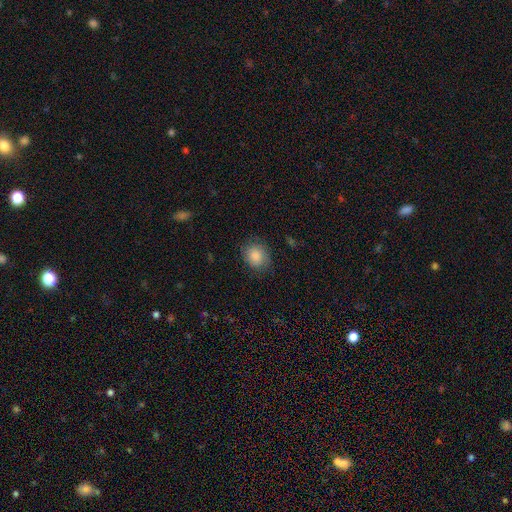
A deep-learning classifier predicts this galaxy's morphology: The model was most divided on "how rounded": round: 69%, in between: 30%, cigar-shaped: 1%. More confident: smooth or featured — smooth (85%); merging — none (80%).